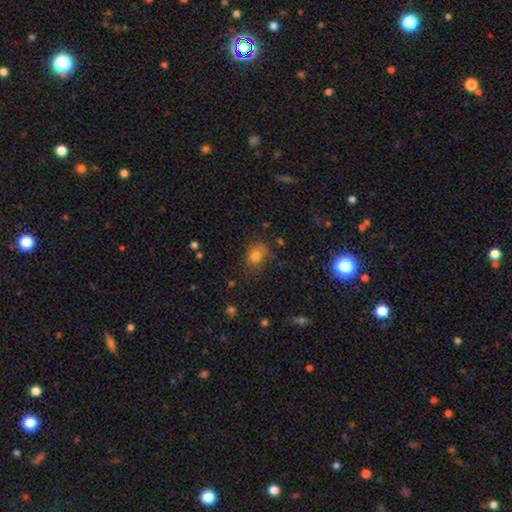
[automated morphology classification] smooth 77%, star or artifact 14%, featured or disk 9%. Down the decision tree: how rounded — round (56%); merging — none (64%).